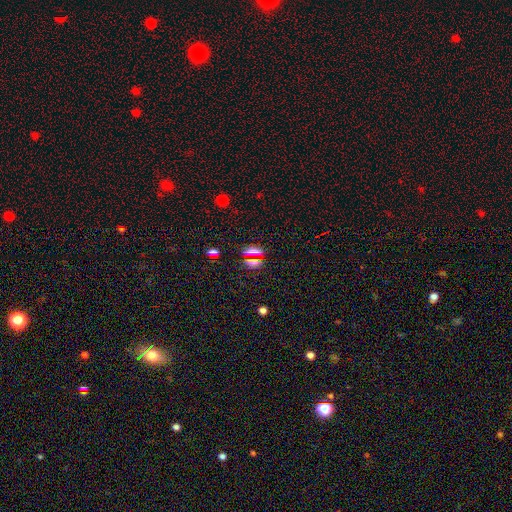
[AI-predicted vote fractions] Q: Smooth or featured?
A: smooth (51%); runner-up: star or artifact (38%)
Q: How rounded?
A: in between (45%); runner-up: round (34%)
Q: Merging?
A: none (76%); runner-up: minor disturbance (10%)